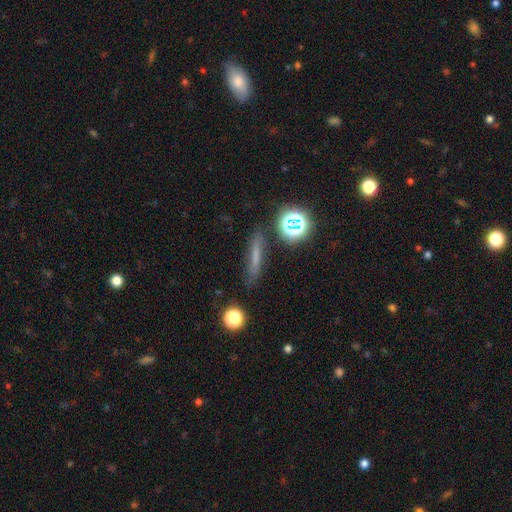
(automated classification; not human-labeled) Morphology: type=smooth (60%); roundness=cigar-shaped (81%); merging=none (80%).